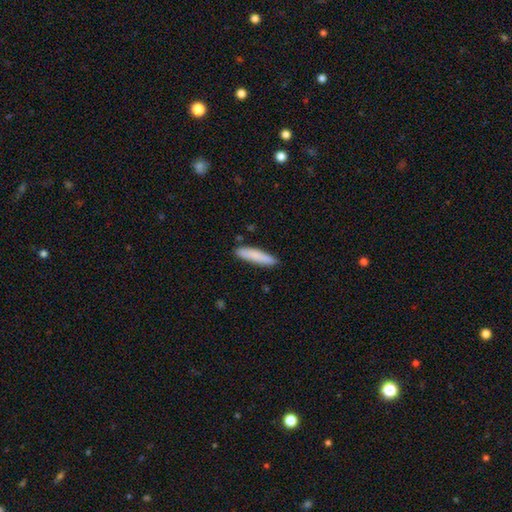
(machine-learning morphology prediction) smooth-or-featured: smooth: 83% | featured or disk: 11% | star or artifact: 5%
  how-rounded: cigar-shaped: 86% | in between: 13% | round: 1%
  merging: none: 87% | minor disturbance: 10% | merger: 2% | major disturbance: 2%